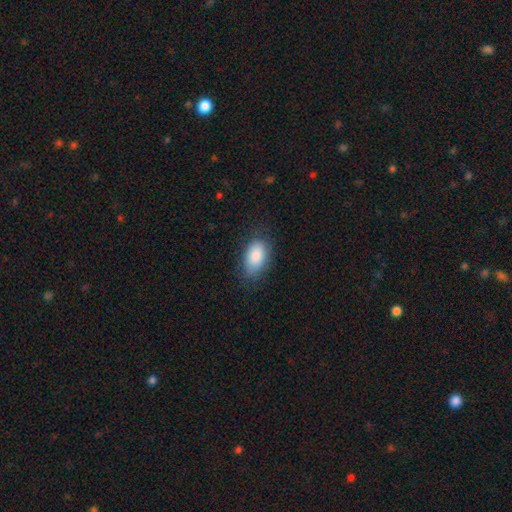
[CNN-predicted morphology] Smooth or featured? smooth (86%)
How rounded? in between (93%)
Merging? none (78%)